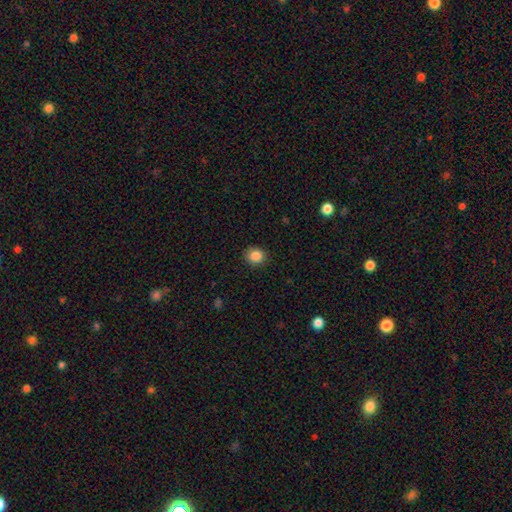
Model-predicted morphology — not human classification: A smooth galaxy with no disk features (86%) that is round (84%).

Vote fractions:
- Smooth or featured? smooth: 86% / star or artifact: 10% / featured or disk: 4%
- How rounded? round: 84% / in between: 15% / cigar-shaped: 1%
- Merging? none: 90% / minor disturbance: 7% / major disturbance: 2% / merger: 1%